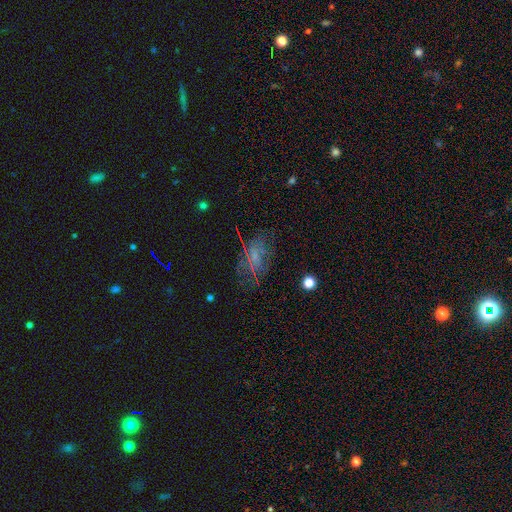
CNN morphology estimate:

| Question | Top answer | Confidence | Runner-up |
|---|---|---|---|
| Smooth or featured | featured or disk | 45% | smooth (35%) |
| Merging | none | 60% | minor disturbance (20%) |